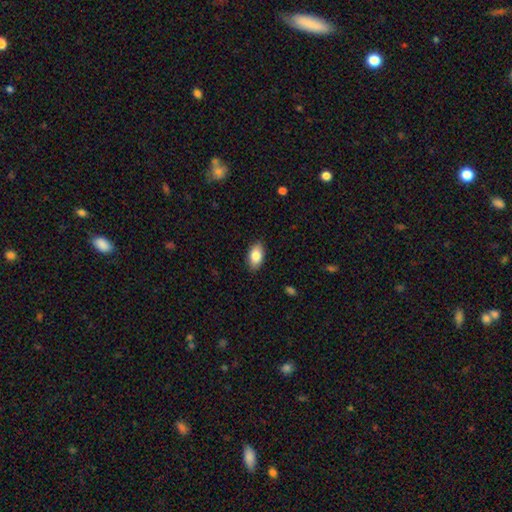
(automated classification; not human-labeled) Smooth or featured: smooth — 85% (featured or disk — 9%)
How rounded: in between — 93% (round — 5%)
Merging: none — 88% (minor disturbance — 9%)